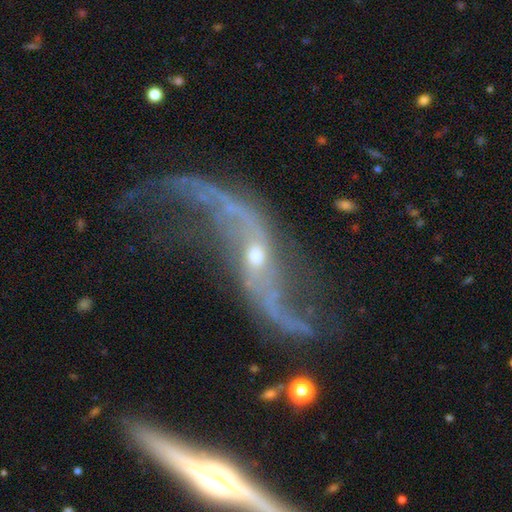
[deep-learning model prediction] smooth_or_featured: featured or disk (p=0.89) [alt: star or artifact p=0.06]
disk_edge_on: no (p=0.90) [alt: yes p=0.10]
bar: no (p=0.47) [alt: weak p=0.33]
has_spiral_arms: yes (p=0.93) [alt: no p=0.07]
spiral_winding: loose (p=0.91) [alt: medium p=0.06]
spiral_arm_count: 2 (p=0.93) [alt: 1 p=0.02]
bulge_size: small (p=0.55) [alt: moderate p=0.38]
merging: none (p=0.49) [alt: major disturbance p=0.23]